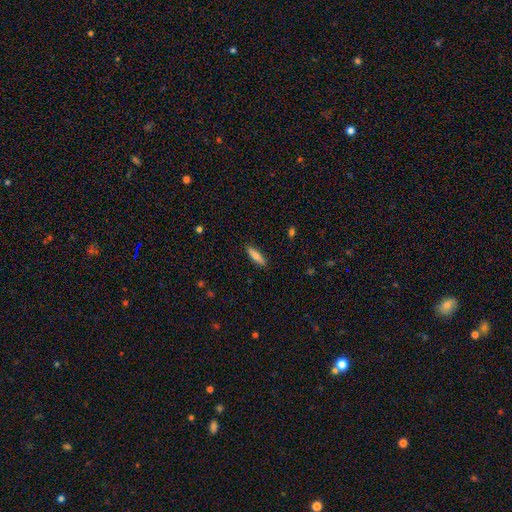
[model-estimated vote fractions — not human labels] smooth 67%, featured or disk 27%, star or artifact 6%. Down the decision tree: how rounded — cigar-shaped (65%); merging — none (89%).